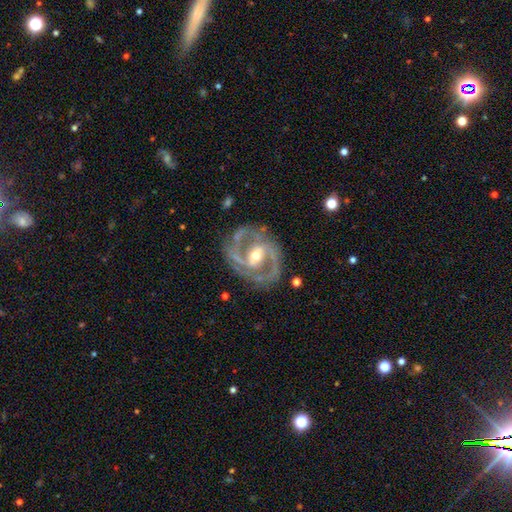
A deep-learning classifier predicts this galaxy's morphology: Smooth or featured?
  - featured or disk: 89% *
  - star or artifact: 6%
  - smooth: 5%
Edge-on disk?
  - no: 97% *
  - yes: 3%
Bar?
  - weak: 41% *
  - strong: 33%
  - no: 26%
Spiral arms?
  - yes: 95% *
  - no: 5%
Spiral winding?
  - medium: 53% *
  - tight: 36%
  - loose: 11%
Spiral arm count?
  - 2: 85% *
  - 3: 5%
  - can't tell: 5%
  - 1: 2%
  - 4: 2%
  - more than 4: 2%
Bulge size?
  - moderate: 67% *
  - small: 25%
  - large: 6%
  - none: 1%
  - dominant: 1%
Merging?
  - none: 78% *
  - minor disturbance: 14%
  - major disturbance: 6%
  - merger: 2%